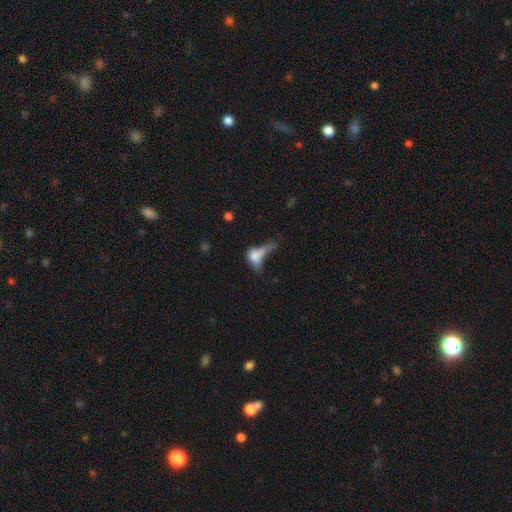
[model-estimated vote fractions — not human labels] This is likely a smooth galaxy (61%). How rounded: likely in between (68%). Merging: marginally major disturbance (40%).